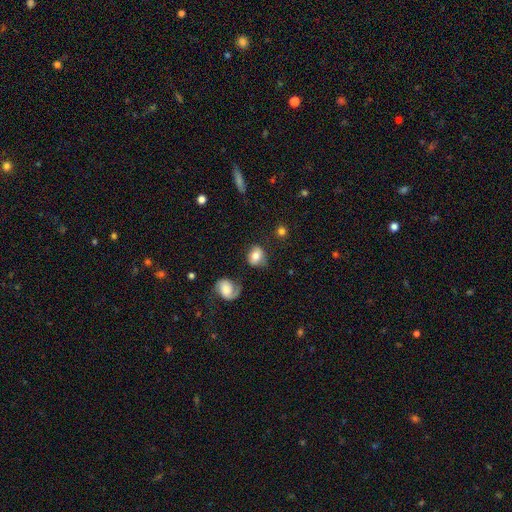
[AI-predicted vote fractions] A smooth galaxy with no disk features (72%) that is round (52%). Merging: none (62%).